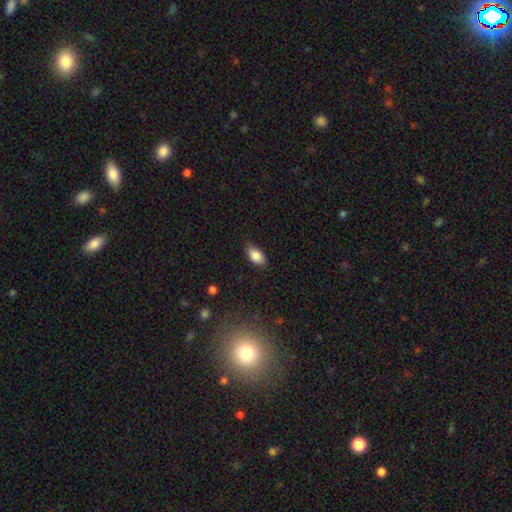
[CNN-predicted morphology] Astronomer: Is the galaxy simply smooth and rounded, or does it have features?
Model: smooth — 85%.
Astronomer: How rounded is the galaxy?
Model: in between — 92%.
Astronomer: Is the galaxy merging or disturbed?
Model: none — 77%.